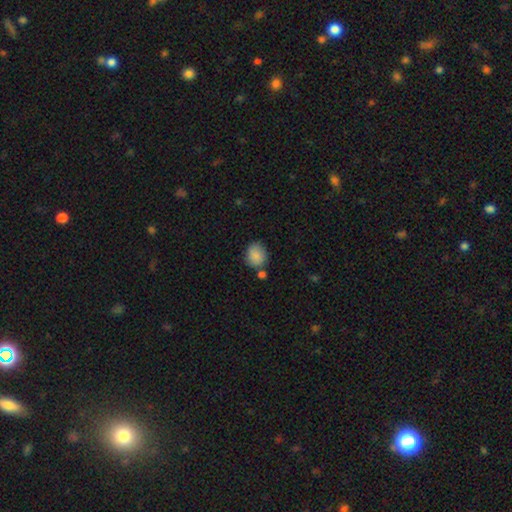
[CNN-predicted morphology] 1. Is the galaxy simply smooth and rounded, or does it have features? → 87% smooth, 8% star or artifact, 5% featured or disk.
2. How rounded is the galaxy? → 69% round, 30% in between, 1% cigar-shaped.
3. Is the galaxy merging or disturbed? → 67% none, 17% minor disturbance, 11% merger, 4% major disturbance.